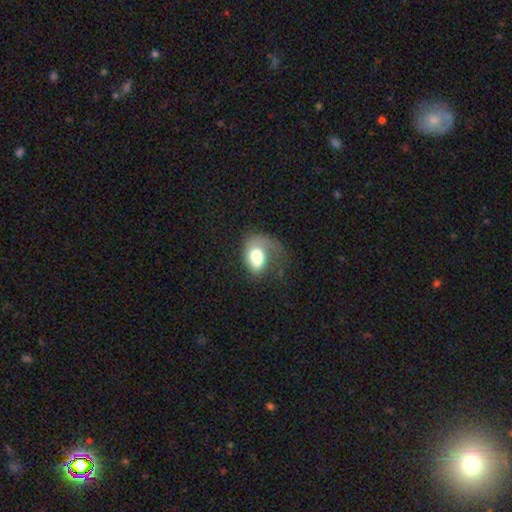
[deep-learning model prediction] Smooth or featured? smooth (59%)
How rounded? in between (72%)
Merging? major disturbance (48%)